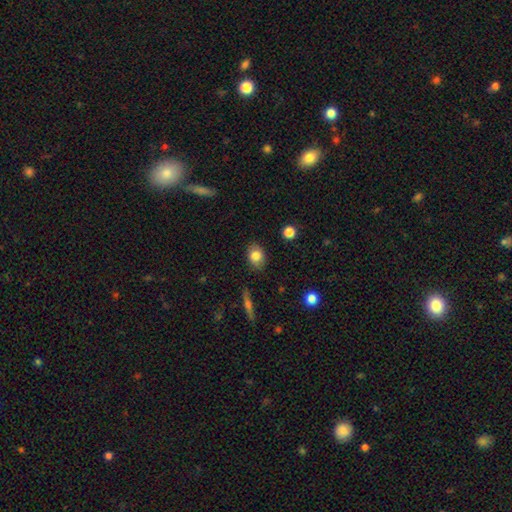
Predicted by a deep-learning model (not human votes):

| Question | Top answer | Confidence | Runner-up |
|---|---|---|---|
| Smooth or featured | smooth | 81% | featured or disk (10%) |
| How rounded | in between | 67% | round (31%) |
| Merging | none | 84% | minor disturbance (12%) |